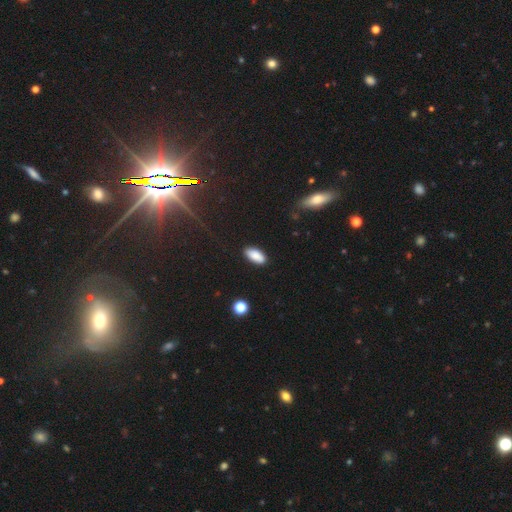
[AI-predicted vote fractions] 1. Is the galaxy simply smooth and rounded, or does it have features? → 87% smooth, 7% star or artifact, 6% featured or disk.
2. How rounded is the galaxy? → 87% in between, 10% cigar-shaped, 2% round.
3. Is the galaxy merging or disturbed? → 85% none, 11% minor disturbance, 2% major disturbance, 2% merger.